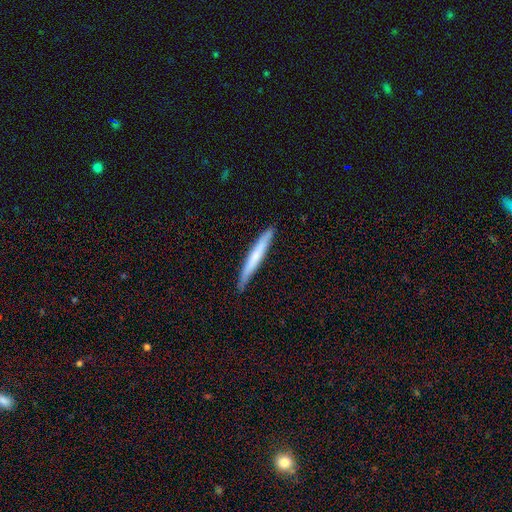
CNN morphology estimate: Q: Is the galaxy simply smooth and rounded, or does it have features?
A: smooth — 59%.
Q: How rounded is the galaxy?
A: cigar-shaped — 96%.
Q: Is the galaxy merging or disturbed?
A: none — 86%.